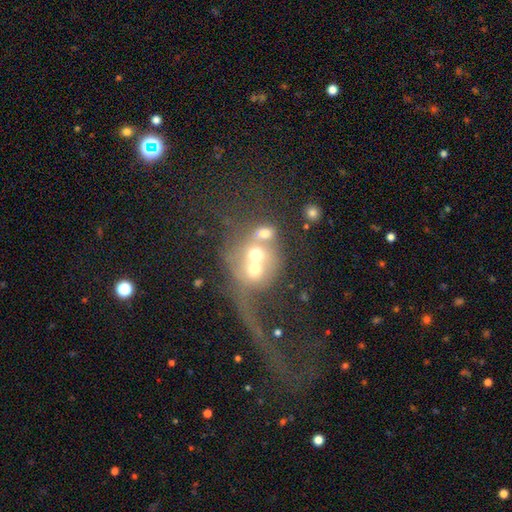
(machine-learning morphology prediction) Smooth or featured? Predicted: featured or disk (p=0.51). Edge-on disk? Predicted: no (p=0.93). Merging? Predicted: merger (p=0.67).